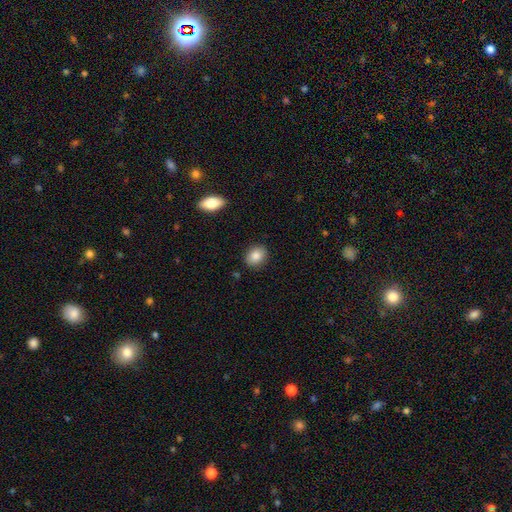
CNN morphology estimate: Smooth or featured?
  - smooth: 85% *
  - star or artifact: 8%
  - featured or disk: 7%
How rounded?
  - in between: 51% *
  - round: 47%
  - cigar-shaped: 1%
Merging?
  - none: 89% *
  - minor disturbance: 8%
  - major disturbance: 2%
  - merger: 1%